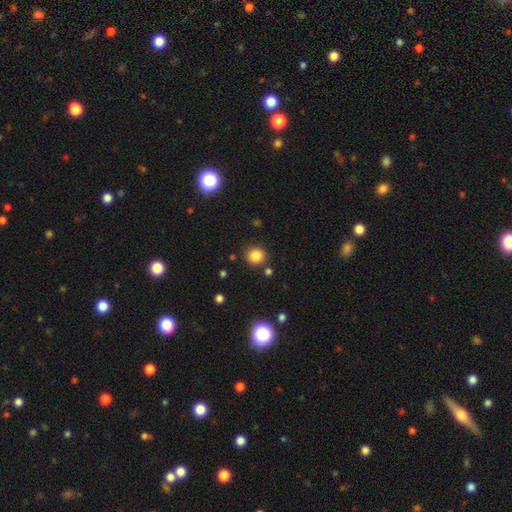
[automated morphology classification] A smooth galaxy with no disk features (84%) that is round (86%).

Vote fractions:
- Smooth or featured? smooth: 84% / star or artifact: 12% / featured or disk: 4%
- How rounded? round: 86% / in between: 13% / cigar-shaped: 1%
- Merging? none: 85% / minor disturbance: 8% / merger: 4% / major disturbance: 3%